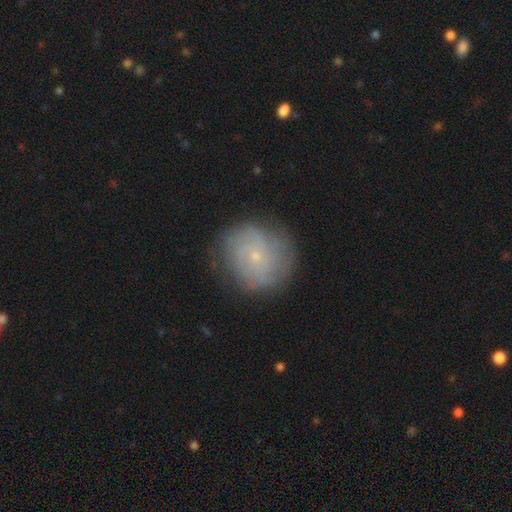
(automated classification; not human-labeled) featured or disk 54%, smooth 36%, star or artifact 10%. Down the decision tree: edge-on disk — no (97%); bar — no (85%); spiral arms — yes (79%); bulge size — small (88%); merging — none (77%).